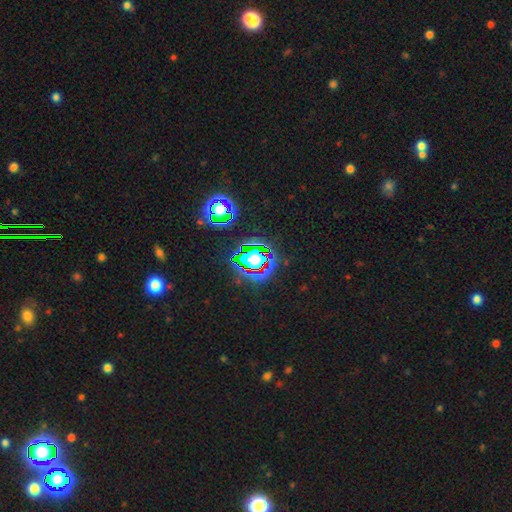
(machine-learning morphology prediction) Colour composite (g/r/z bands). It shows a star or artifact, not a galaxy (66%).